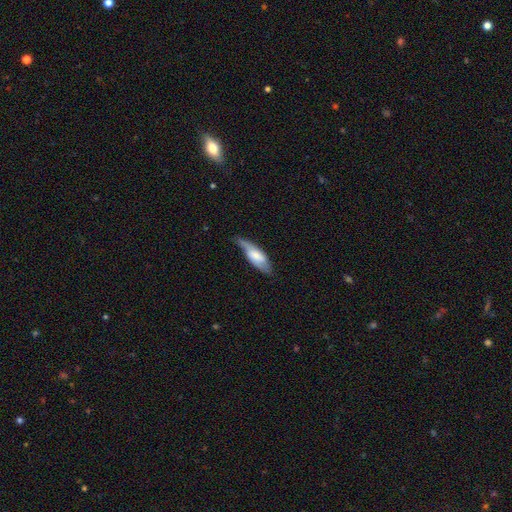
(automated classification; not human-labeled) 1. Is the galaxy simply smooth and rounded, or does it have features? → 51% smooth, 44% featured or disk, 6% star or artifact.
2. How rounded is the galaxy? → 62% in between, 36% cigar-shaped, 2% round.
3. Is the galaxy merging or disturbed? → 57% none, 32% minor disturbance, 9% major disturbance, 2% merger.